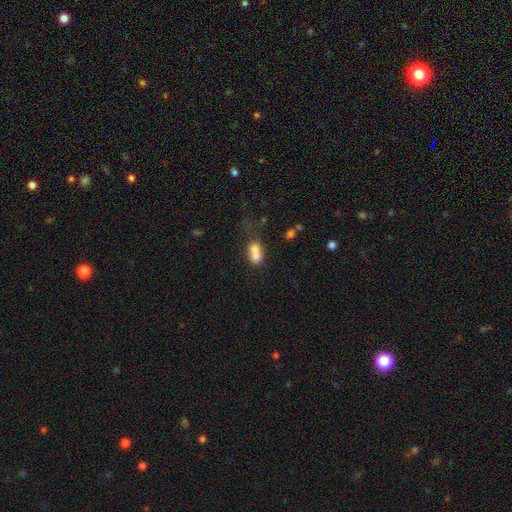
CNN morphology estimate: This appears to be a smooth galaxy with no disk features (67%) that is in between round and cigar-shaped (53%). Merging: merger (67%).